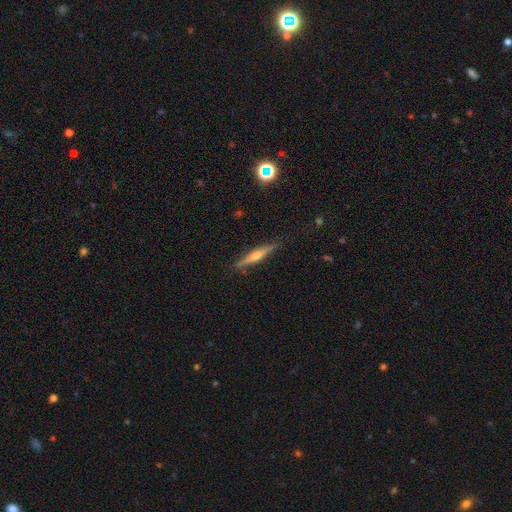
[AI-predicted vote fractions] The model was most divided on "smooth or featured": featured or disk: 70%, smooth: 23%, star or artifact: 7%. More confident: edge-on disk — yes (98%); merging — none (88%); edge-on bulge — rounded (85%).